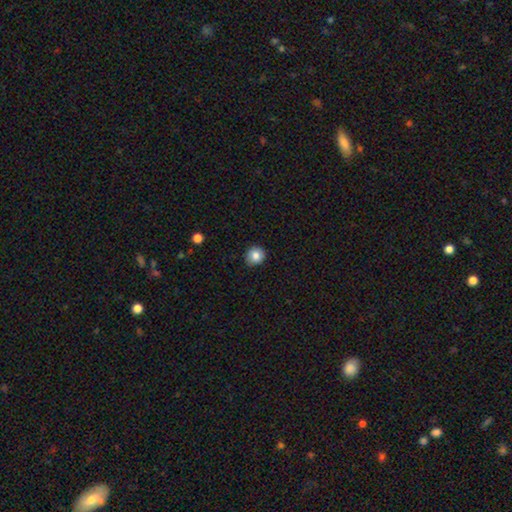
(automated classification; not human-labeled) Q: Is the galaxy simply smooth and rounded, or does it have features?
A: smooth — 84%.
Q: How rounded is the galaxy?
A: round — 89%.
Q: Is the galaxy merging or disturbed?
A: none — 88%.